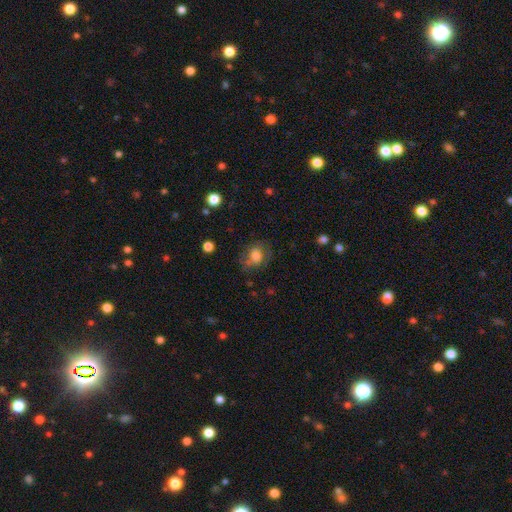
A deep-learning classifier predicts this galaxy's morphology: Smooth or featured? Predicted: smooth (p=0.67). How rounded? Predicted: round (p=0.53). Merging? Predicted: none (p=0.63).